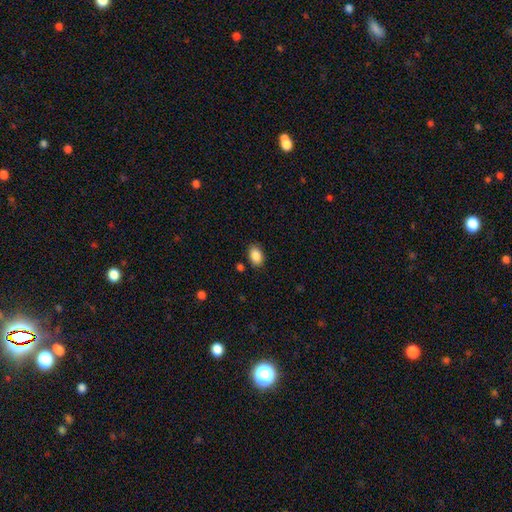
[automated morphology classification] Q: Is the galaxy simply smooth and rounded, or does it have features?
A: smooth — 88%.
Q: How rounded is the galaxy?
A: in between — 85%.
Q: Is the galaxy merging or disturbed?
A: none — 84%.